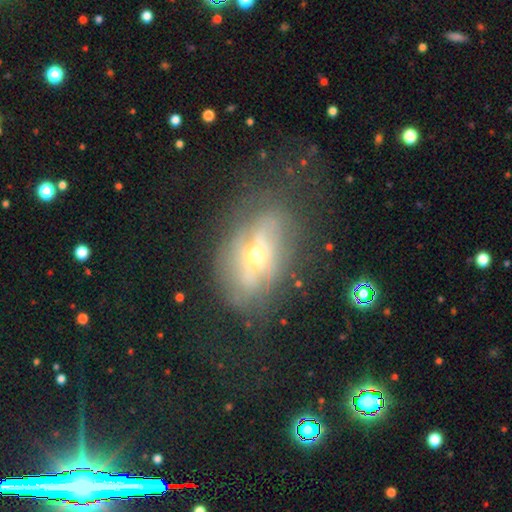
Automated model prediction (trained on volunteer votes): Smooth or featured? featured or disk (59%)
Edge-on disk? no (77%)
Merging? none (50%)